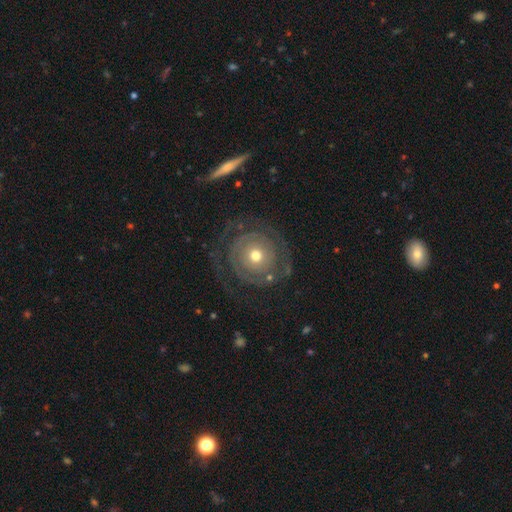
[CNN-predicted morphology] Q: Smooth or featured?
A: featured or disk (75%); runner-up: smooth (19%)
Q: Edge-on disk?
A: no (97%); runner-up: yes (3%)
Q: Bar?
A: no (86%); runner-up: weak (11%)
Q: Spiral arms?
A: yes (77%); runner-up: no (23%)
Q: Spiral winding?
A: tight (71%); runner-up: medium (19%)
Q: Spiral arm count?
A: 2 (37%); runner-up: can't tell (30%)
Q: Bulge size?
A: moderate (61%); runner-up: small (30%)
Q: Merging?
A: none (70%); runner-up: major disturbance (14%)